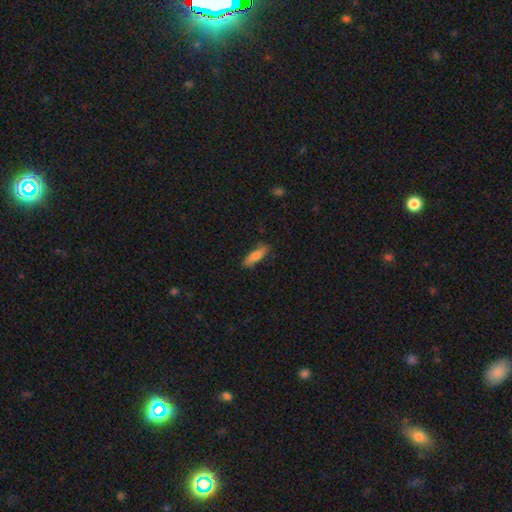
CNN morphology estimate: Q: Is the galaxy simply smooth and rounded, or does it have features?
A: smooth — 72%.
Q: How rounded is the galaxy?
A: cigar-shaped — 52%.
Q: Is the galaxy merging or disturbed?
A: none — 78%.